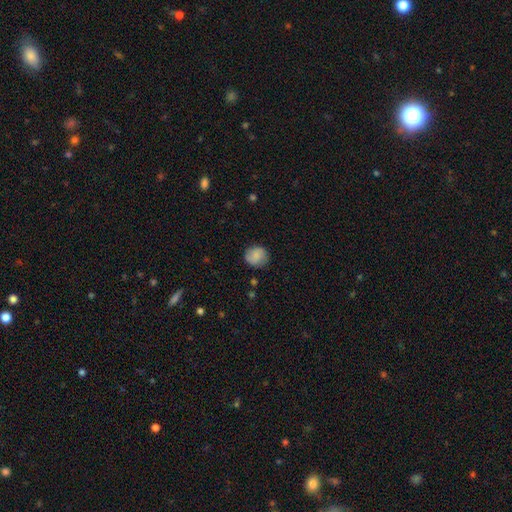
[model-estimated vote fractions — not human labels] This is likely a smooth galaxy (80%). How rounded: clearly round (87%). Merging: clearly none (83%).